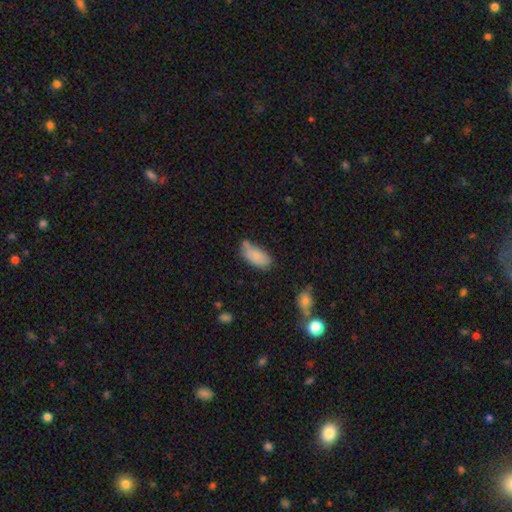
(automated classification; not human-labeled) This appears to be a smooth galaxy with no disk features (80%) that is in between round and cigar-shaped (91%). Merging: none (50%).